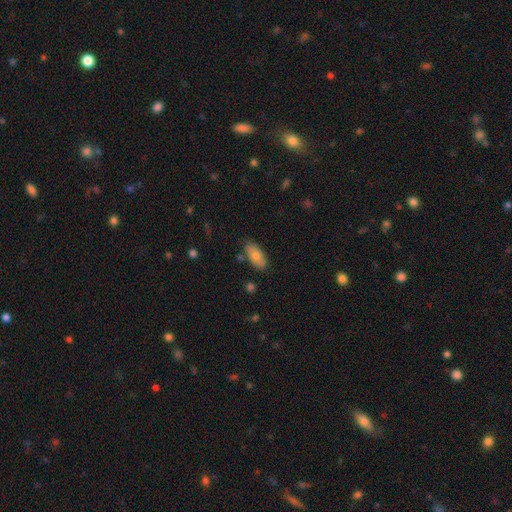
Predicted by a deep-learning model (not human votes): A smooth galaxy with no disk features (72%) that is in between round and cigar-shaped (92%).

Vote fractions:
- Smooth or featured? smooth: 72% / featured or disk: 21% / star or artifact: 7%
- How rounded? in between: 92% / cigar-shaped: 5% / round: 3%
- Merging? none: 80% / minor disturbance: 14% / merger: 3% / major disturbance: 3%